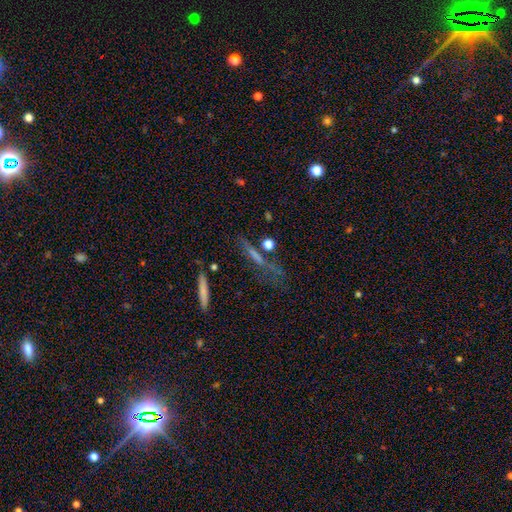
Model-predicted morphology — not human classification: This is marginally a featured or disk galaxy (39%, tied with smooth). Merging: likely none (62%).